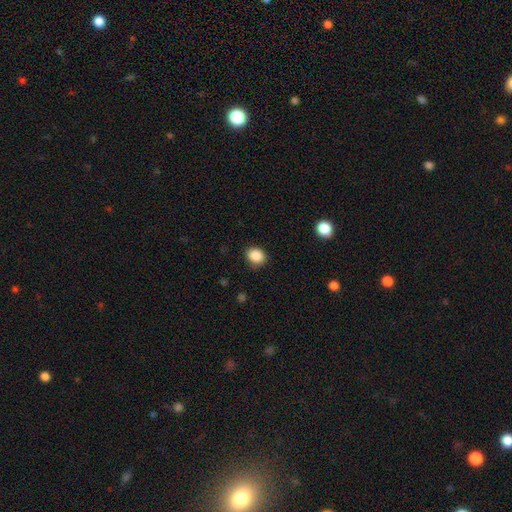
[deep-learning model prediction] Overall: smooth (88%). How rounded: round (57%; in between 42%). Merging: none (86%).